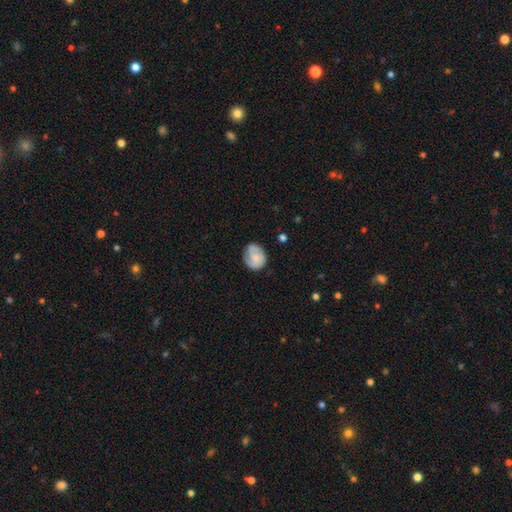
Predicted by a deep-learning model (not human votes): Smooth or featured? Predicted: smooth (p=0.54). How rounded? Predicted: round (p=0.63). Merging? Predicted: none (p=0.65).